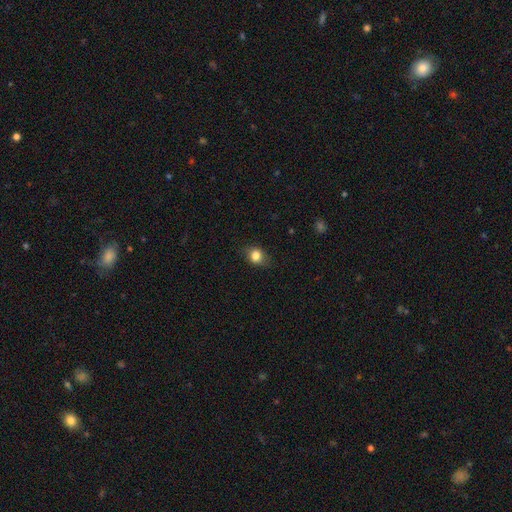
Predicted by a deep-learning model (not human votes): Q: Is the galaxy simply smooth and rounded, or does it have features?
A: smooth — 81%.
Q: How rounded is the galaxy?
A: in between — 50%.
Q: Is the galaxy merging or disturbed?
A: none — 77%.